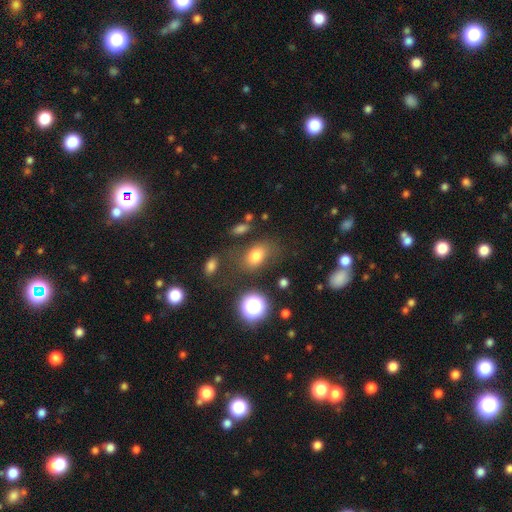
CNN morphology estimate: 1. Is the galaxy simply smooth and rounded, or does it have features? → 74% smooth, 15% star or artifact, 11% featured or disk.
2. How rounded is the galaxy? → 75% in between, 23% round, 2% cigar-shaped.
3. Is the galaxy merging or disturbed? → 69% none, 16% minor disturbance, 9% major disturbance, 6% merger.